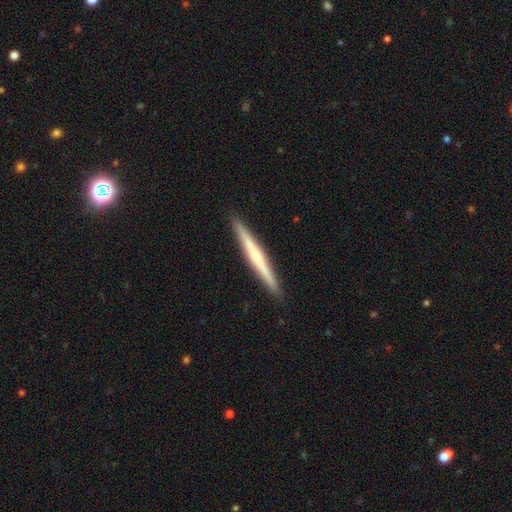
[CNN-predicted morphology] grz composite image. It shows a featured or disk galaxy (59%) viewed edge-on (98%) with a rounded central bulge (46%). Merging: none (92%).